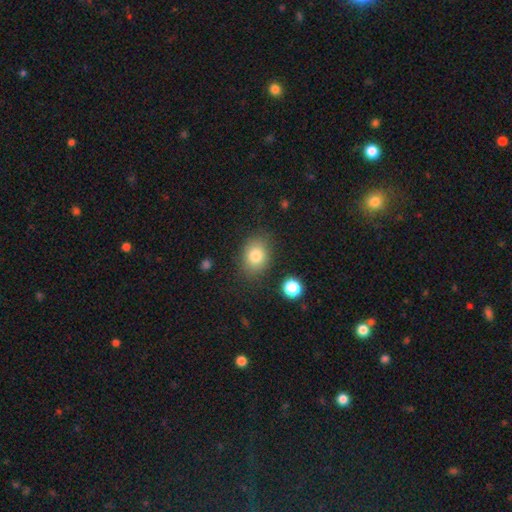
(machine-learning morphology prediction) Smooth or featured? Predicted: smooth (p=0.82). How rounded? Predicted: in between (p=0.60). Merging? Predicted: none (p=0.80).